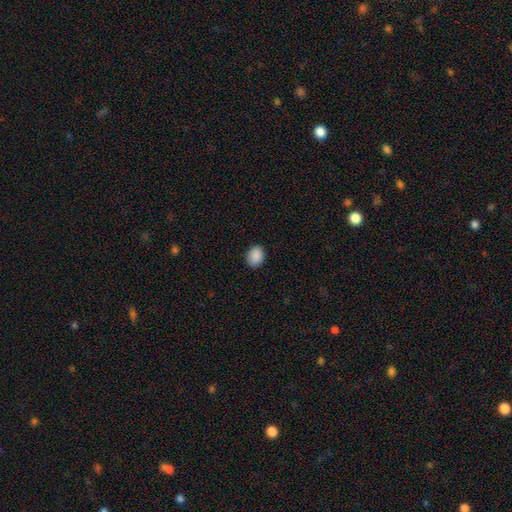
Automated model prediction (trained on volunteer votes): This appears to be a smooth galaxy with no disk features (89%) that is in between round and cigar-shaped (57%). Merging: none (87%).